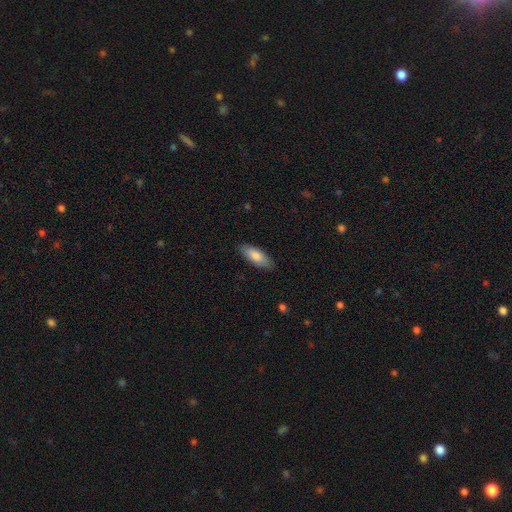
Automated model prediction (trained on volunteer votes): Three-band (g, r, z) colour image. It shows a smooth galaxy with no disk features (82%) that is in between round and cigar-shaped (76%). Merging: none (85%).